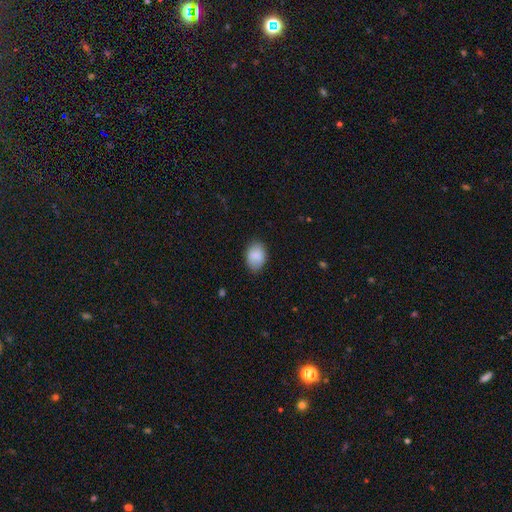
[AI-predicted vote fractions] A smooth galaxy with no disk features (83%) that is in between round and cigar-shaped (81%). Merging: none (81%).